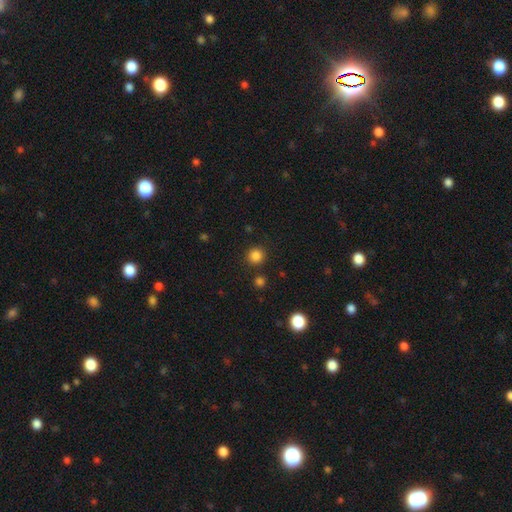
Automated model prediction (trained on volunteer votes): smooth 84%, star or artifact 13%, featured or disk 3%. Down the decision tree: how rounded — round (94%); merging — none (89%).